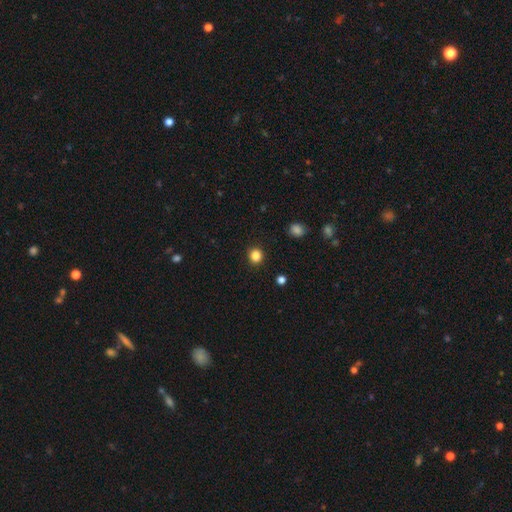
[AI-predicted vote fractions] Morphology: type=smooth (85%); roundness=round (89%); merging=none (91%).